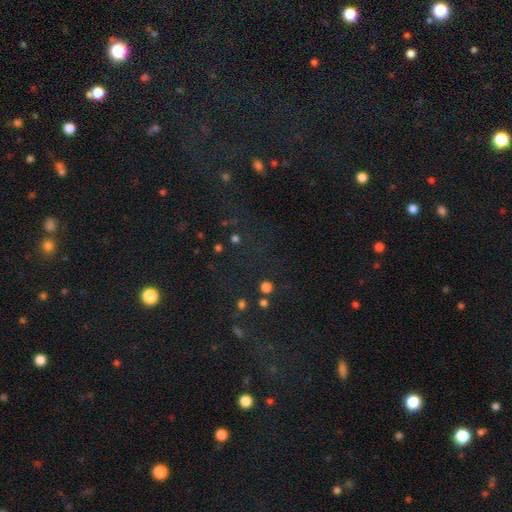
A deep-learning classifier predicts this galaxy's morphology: Q: Smooth or featured?
A: star or artifact (73%); runner-up: smooth (18%)